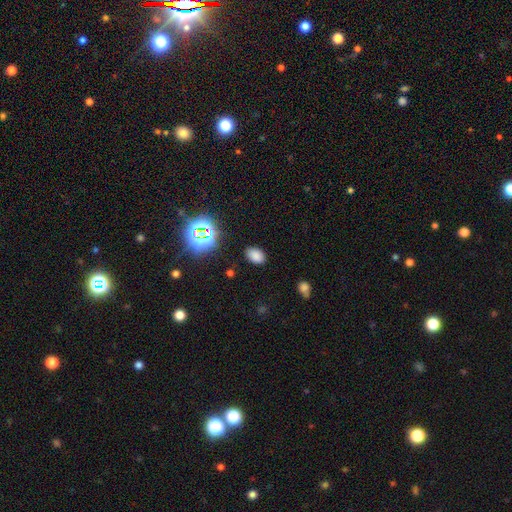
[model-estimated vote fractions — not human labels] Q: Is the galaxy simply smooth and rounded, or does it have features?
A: smooth — 76%.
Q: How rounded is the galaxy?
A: in between — 87%.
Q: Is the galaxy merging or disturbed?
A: none — 86%.